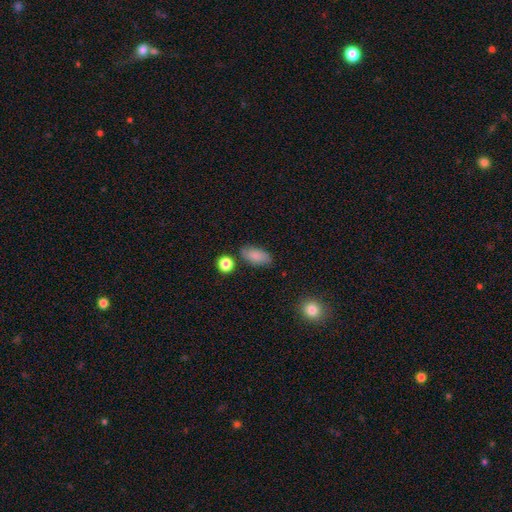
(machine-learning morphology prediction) type=smooth (84%); roundness=in between (91%); merging=none (76%).